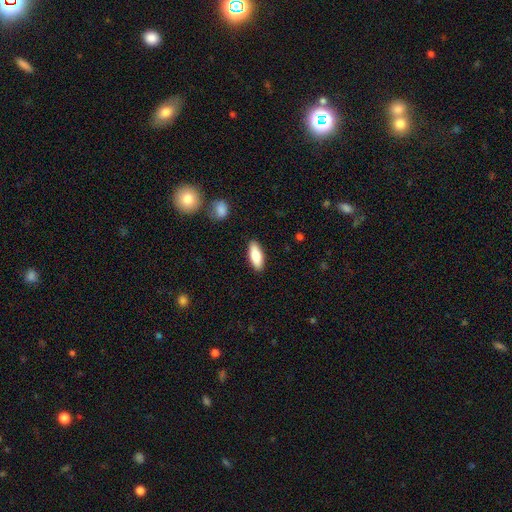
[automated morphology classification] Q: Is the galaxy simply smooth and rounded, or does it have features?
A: smooth — 82%.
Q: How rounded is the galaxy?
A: in between — 74%.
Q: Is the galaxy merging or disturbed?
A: none — 88%.